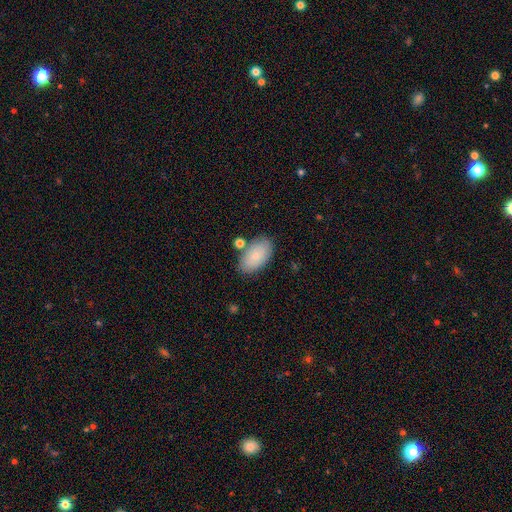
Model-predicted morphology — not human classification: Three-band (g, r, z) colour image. It shows a smooth galaxy with no disk features (80%) that is in between round and cigar-shaped (94%). Merging: none (76%).